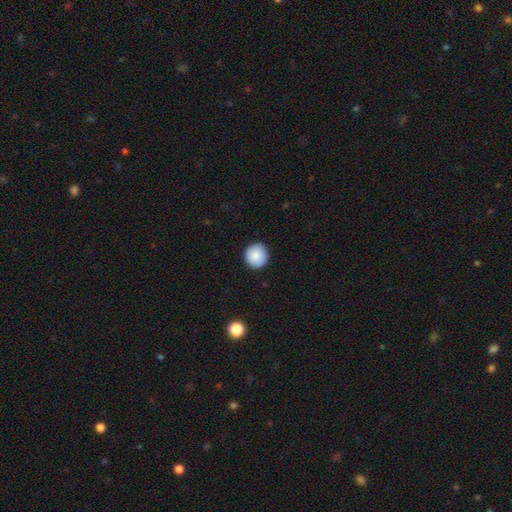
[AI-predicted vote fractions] Morphology: type=smooth (88%); roundness=round (93%); merging=none (90%).